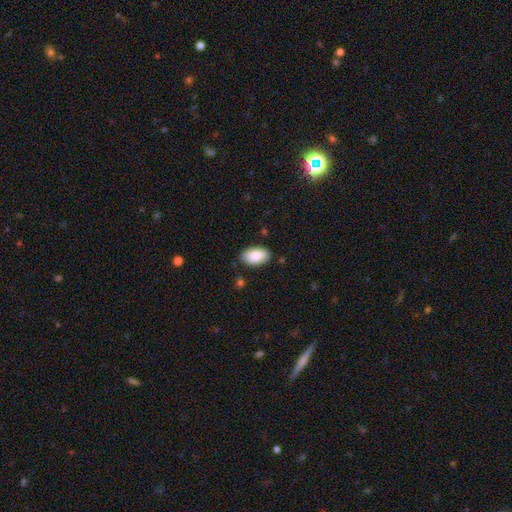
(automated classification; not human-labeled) smooth-or-featured: smooth: 88% | star or artifact: 6% | featured or disk: 6%
  how-rounded: in between: 95% | round: 4% | cigar-shaped: 1%
  merging: none: 84% | minor disturbance: 12% | major disturbance: 2% | merger: 2%